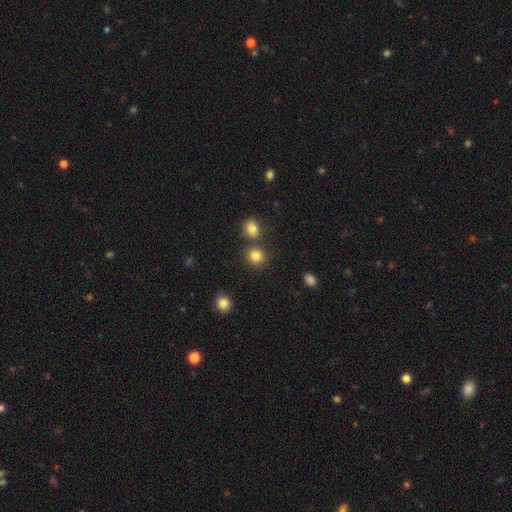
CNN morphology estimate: Smooth or featured?
  - smooth: 84% *
  - star or artifact: 12%
  - featured or disk: 5%
How rounded?
  - round: 84% *
  - in between: 15%
  - cigar-shaped: 1%
Merging?
  - none: 75% *
  - merger: 14%
  - minor disturbance: 8%
  - major disturbance: 3%